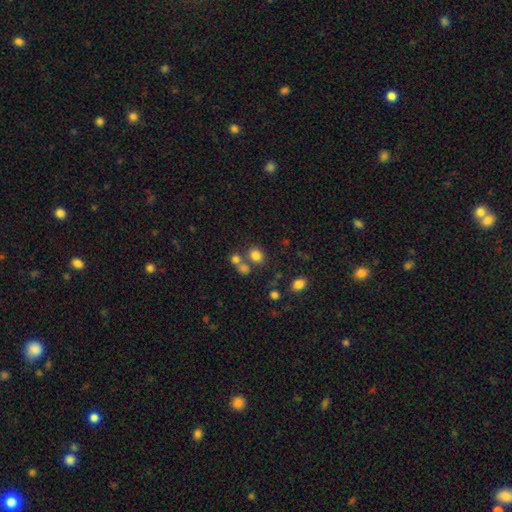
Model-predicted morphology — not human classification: This appears to be a smooth galaxy with no disk features (77%) that is round (63%). Merging: none (59%).